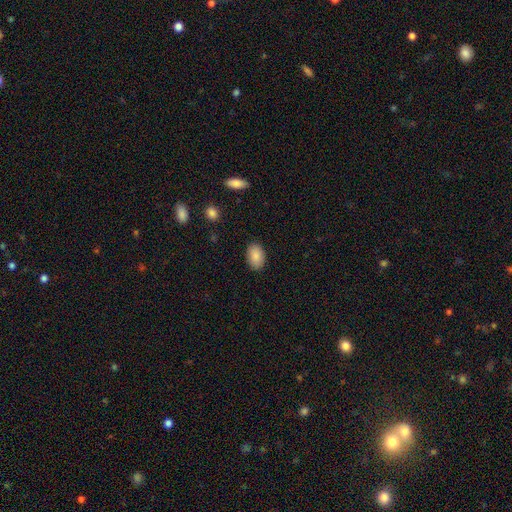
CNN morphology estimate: type=smooth (88%); roundness=in between (90%); merging=none (88%).